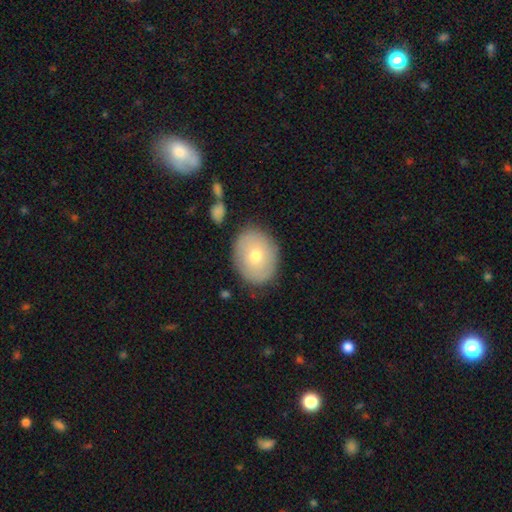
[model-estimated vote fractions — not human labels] Overall: smooth (63%; featured or disk 30%). How rounded: in between (53%; round 46%). Merging: none (82%).